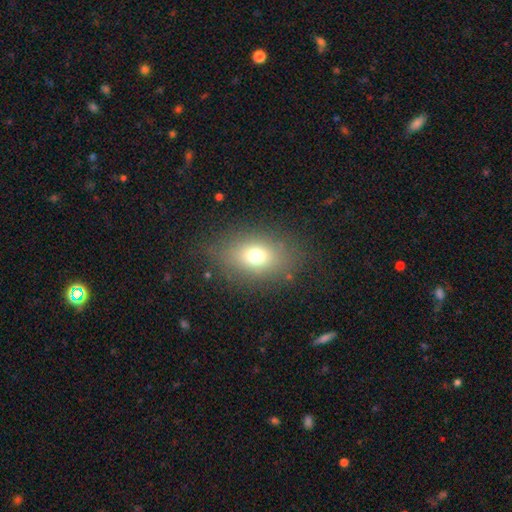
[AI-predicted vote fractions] smooth 71%, star or artifact 15%, featured or disk 14%. Down the decision tree: how rounded — in between (70%); merging — none (81%).